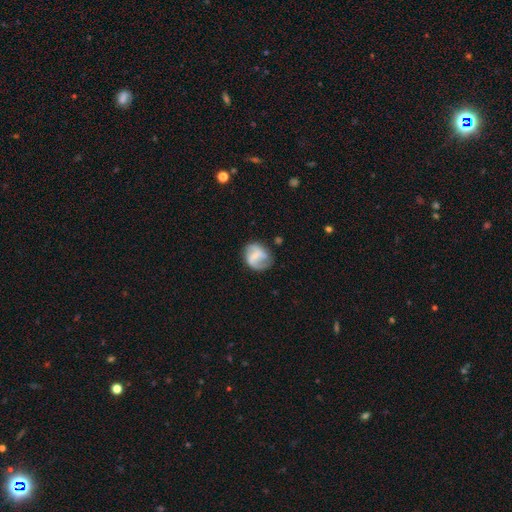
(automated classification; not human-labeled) smooth-or-featured: featured or disk: 65% | smooth: 29% | star or artifact: 7%
  disk-edge-on: no: 97% | yes: 3%
    bar: weak: 45% | strong: 32% | no: 23%
    has-spiral-arms: yes: 84% | no: 16%
      spiral-winding: loose: 44% | medium: 39% | tight: 18%
      spiral-arm-count: 2: 74% | 1: 14% | can't tell: 9% | 3: 2% | 4: 1% | more than 4: 1%
    bulge-size: small: 46% | none: 29% | moderate: 21% | large: 2% | dominant: 1%
  merging: none: 63% | minor disturbance: 22% | major disturbance: 12% | merger: 3%